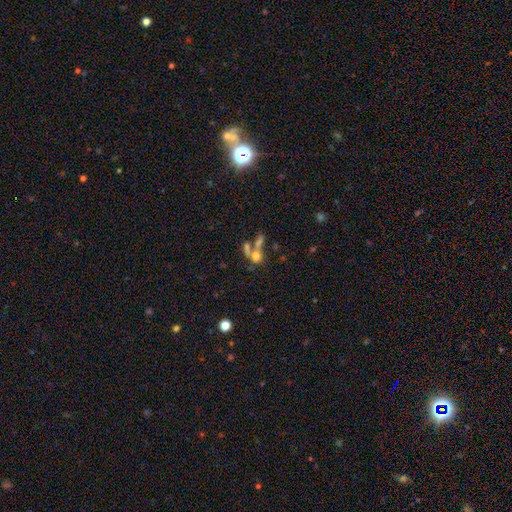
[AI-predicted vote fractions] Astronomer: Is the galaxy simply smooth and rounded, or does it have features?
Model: smooth — 59%.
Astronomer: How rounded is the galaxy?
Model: round — 59% (runner-up: in between, 36%).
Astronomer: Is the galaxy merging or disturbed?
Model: merger — 52% (runner-up: none, 30%).